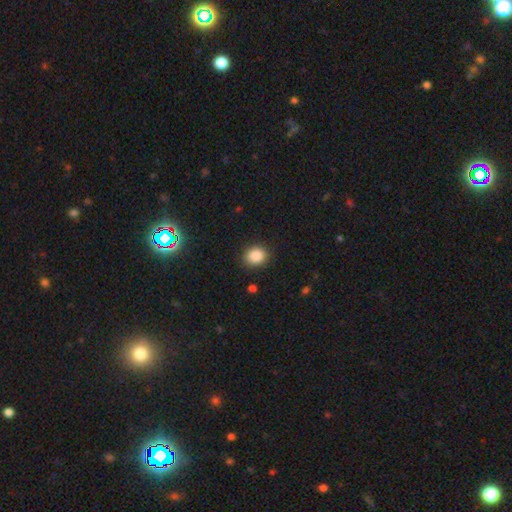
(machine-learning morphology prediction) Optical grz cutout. It shows a smooth galaxy with no disk features (88%) that is round (66%). Merging: none (88%).